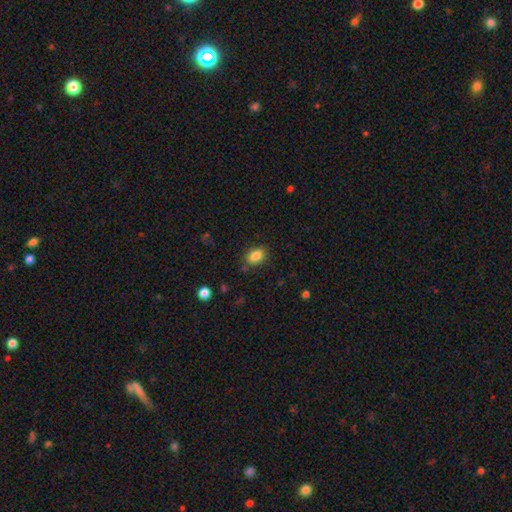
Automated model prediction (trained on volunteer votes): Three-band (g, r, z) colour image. It shows a smooth galaxy with no disk features (85%) that is in between round and cigar-shaped (76%). Merging: none (82%).